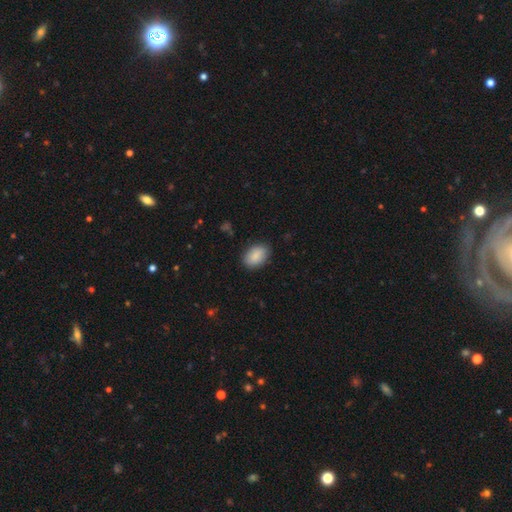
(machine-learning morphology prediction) Smooth or featured?
  - smooth: 89% *
  - star or artifact: 6%
  - featured or disk: 5%
How rounded?
  - in between: 87% *
  - round: 11%
  - cigar-shaped: 1%
Merging?
  - none: 86% *
  - minor disturbance: 11%
  - major disturbance: 2%
  - merger: 1%